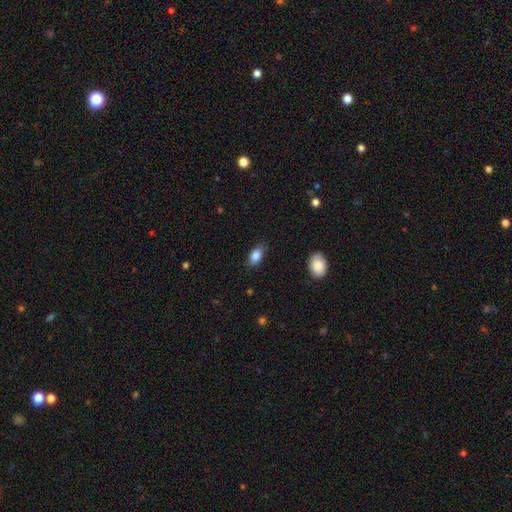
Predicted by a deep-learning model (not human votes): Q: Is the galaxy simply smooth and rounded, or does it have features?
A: smooth — 86%.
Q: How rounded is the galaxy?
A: in between — 89%.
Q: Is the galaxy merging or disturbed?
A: none — 79%.